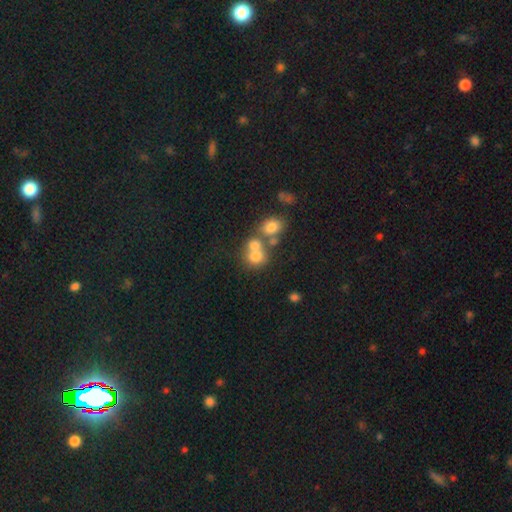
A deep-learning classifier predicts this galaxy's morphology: smooth_or_featured: smooth (p=0.69) [alt: featured or disk p=0.17]
how_rounded: round (p=0.72) [alt: in between p=0.27]
merging: merger (p=0.51) [alt: none p=0.35]